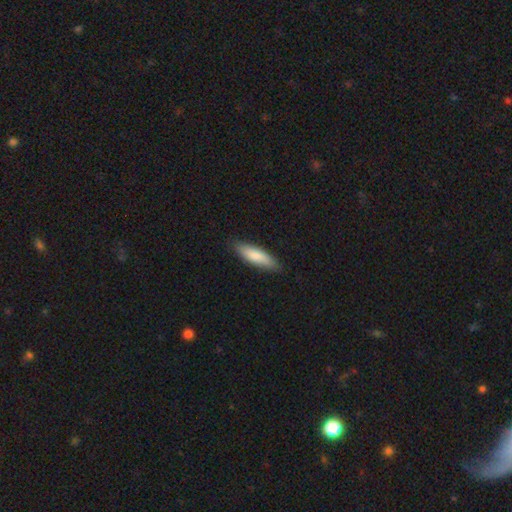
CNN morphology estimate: Overall: smooth (83%). How rounded: cigar-shaped (56%; in between 43%). Merging: none (85%).